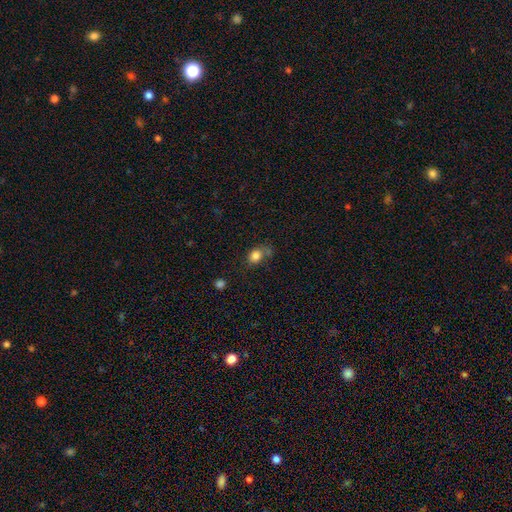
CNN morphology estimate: smooth 82%, star or artifact 11%, featured or disk 7%. Down the decision tree: how rounded — round (52%); merging — none (55%).